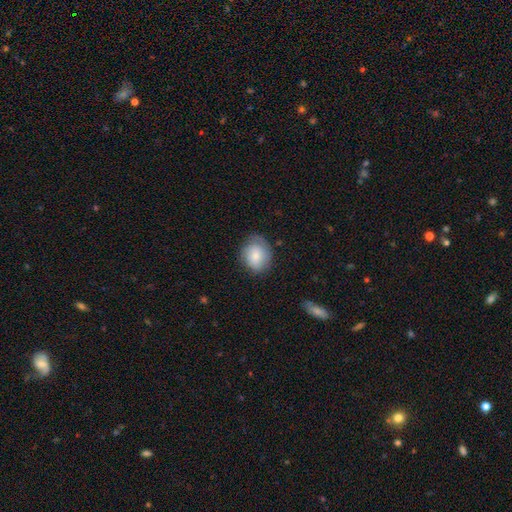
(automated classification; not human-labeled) This is likely a smooth galaxy (72%). How rounded: possibly round (59%). Merging: likely none (68%).